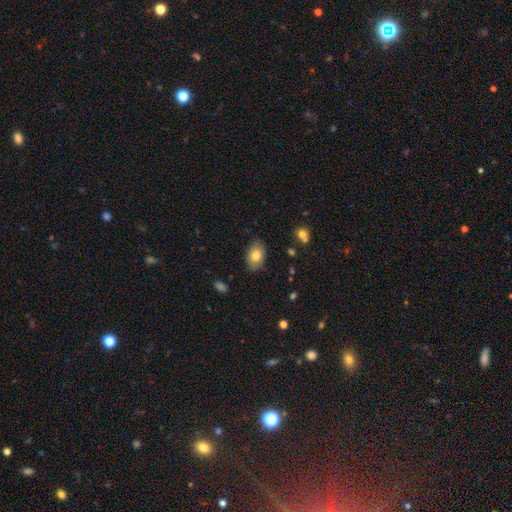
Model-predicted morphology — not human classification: Smooth or featured: smooth — 77% (featured or disk — 15%)
How rounded: in between — 86% (round — 13%)
Merging: none — 83% (minor disturbance — 13%)